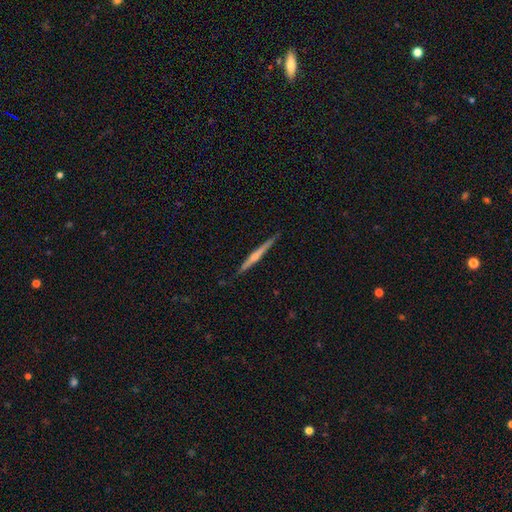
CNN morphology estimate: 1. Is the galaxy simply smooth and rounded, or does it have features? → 72% featured or disk, 22% smooth, 6% star or artifact.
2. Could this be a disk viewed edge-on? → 98% yes, 2% no.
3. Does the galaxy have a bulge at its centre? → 71% rounded, 23% none, 6% boxy.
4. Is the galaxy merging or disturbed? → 90% none, 7% minor disturbance, 1% major disturbance, 1% merger.